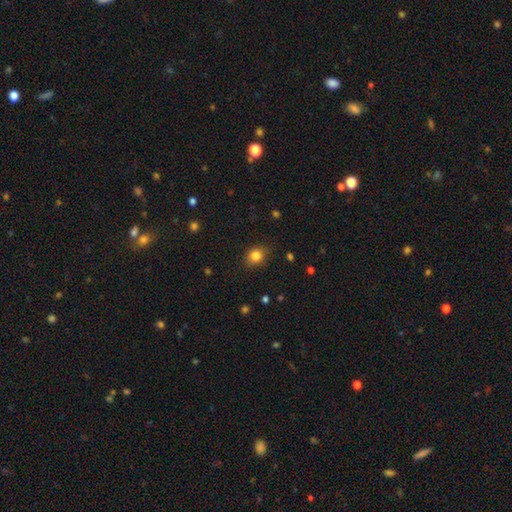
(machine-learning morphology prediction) This appears to be a smooth galaxy with no disk features (82%) that is round (63%). Merging: none (83%).